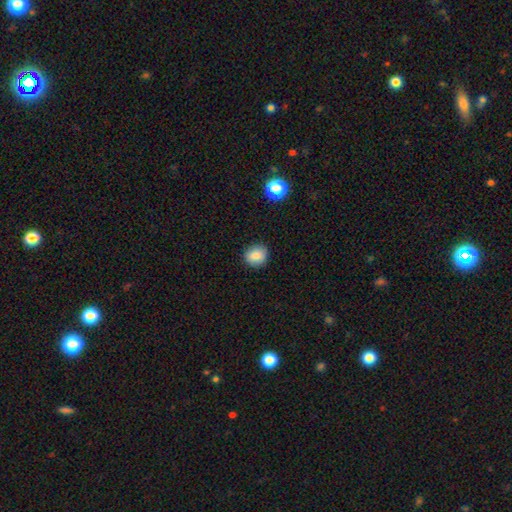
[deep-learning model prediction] Morphology: type=smooth (86%); roundness=round (79%); merging=none (88%).